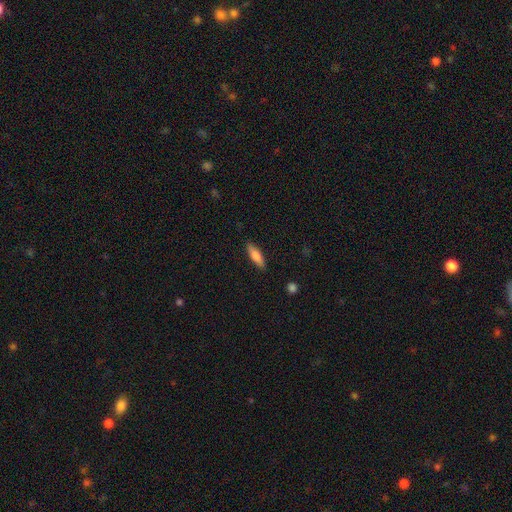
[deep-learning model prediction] This appears to be a smooth galaxy with no disk features (75%) that is cigar-shaped (55%). Merging: none (88%).